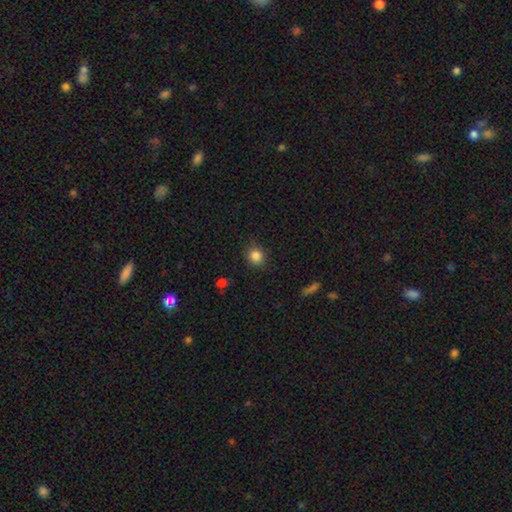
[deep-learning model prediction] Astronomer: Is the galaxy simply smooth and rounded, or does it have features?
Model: smooth — 85%.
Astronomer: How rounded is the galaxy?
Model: round — 83%.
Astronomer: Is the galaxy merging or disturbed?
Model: none — 82%.